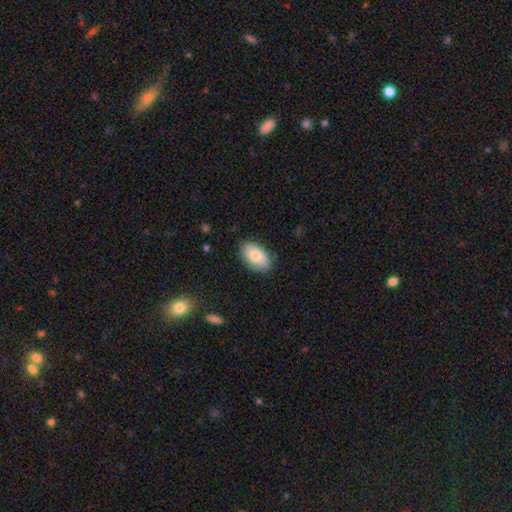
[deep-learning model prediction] smooth_or_featured: smooth (p=0.78) [alt: featured or disk p=0.16]
how_rounded: in between (p=0.92) [alt: round p=0.07]
merging: none (p=0.82) [alt: minor disturbance p=0.14]